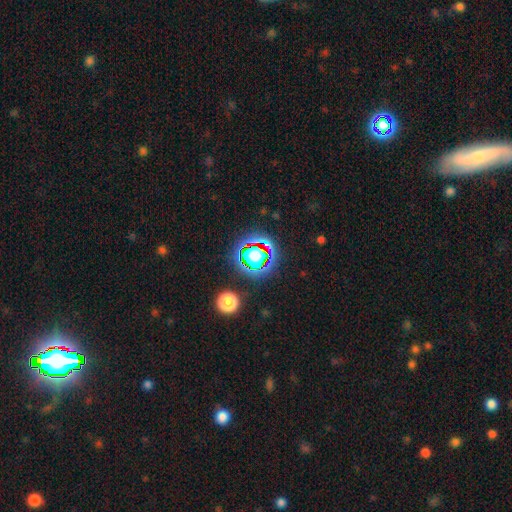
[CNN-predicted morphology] smooth-or-featured: star or artifact: 55% | smooth: 31% | featured or disk: 14%